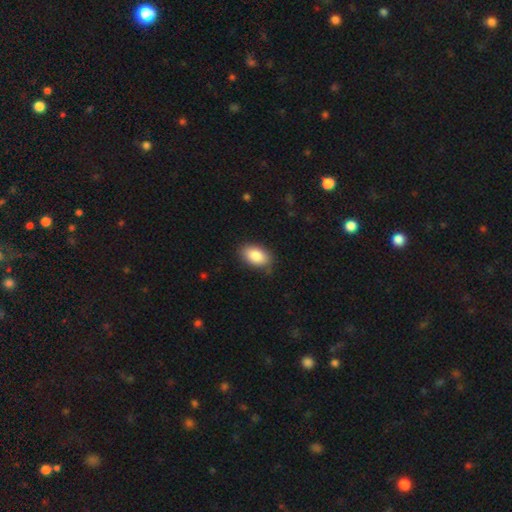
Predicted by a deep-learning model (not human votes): Morphology: type=smooth (87%); roundness=in between (93%); merging=none (81%).